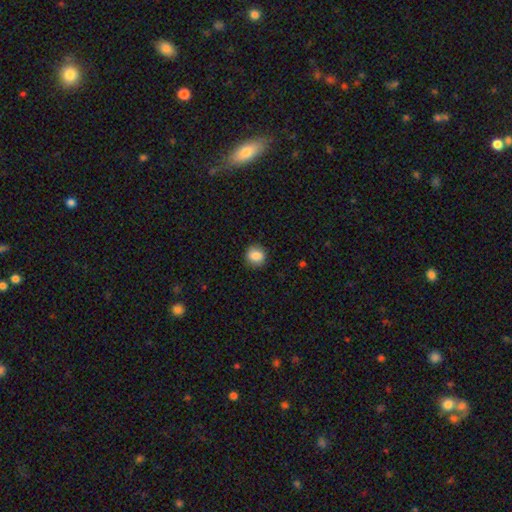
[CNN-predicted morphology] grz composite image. It shows a smooth galaxy with no disk features (86%) that is round (83%). Merging: none (88%).